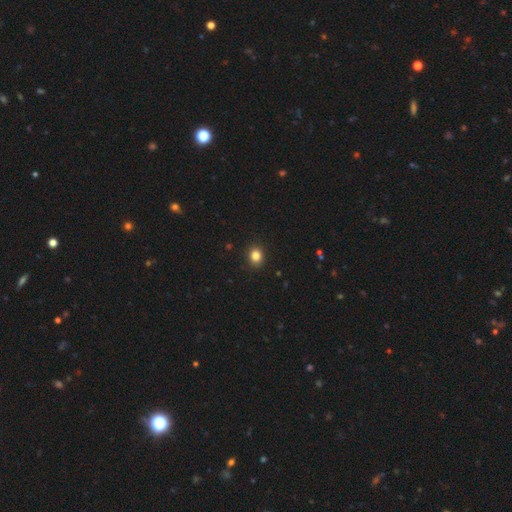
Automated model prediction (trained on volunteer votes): smooth-or-featured: smooth: 85% | star or artifact: 11% | featured or disk: 4%
  how-rounded: round: 64% | in between: 35% | cigar-shaped: 1%
  merging: none: 91% | minor disturbance: 6% | major disturbance: 2% | merger: 1%